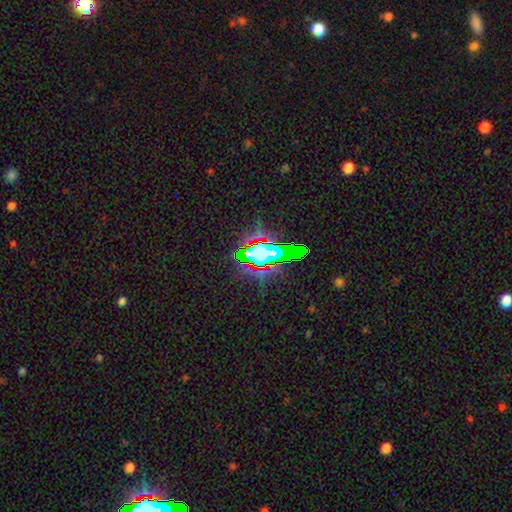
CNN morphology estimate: A star or artifact, not a galaxy (66%).

Vote fractions:
- Smooth or featured? star or artifact: 66% / smooth: 20% / featured or disk: 14%